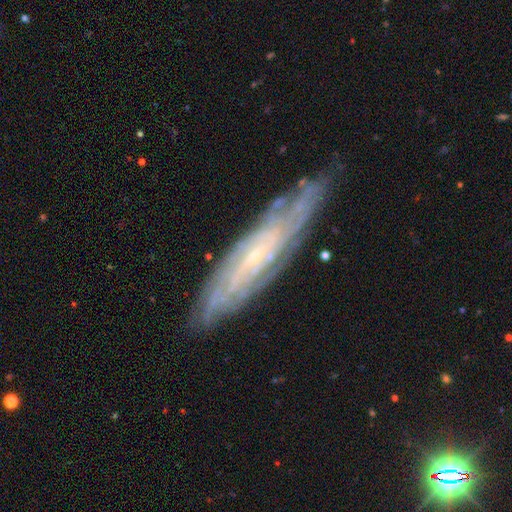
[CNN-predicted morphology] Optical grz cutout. It shows a featured or disk galaxy (80%) with no bar (57%), tight (71%) spiral arms (92%) and a small central bulge (81%). Merging: none (78%).